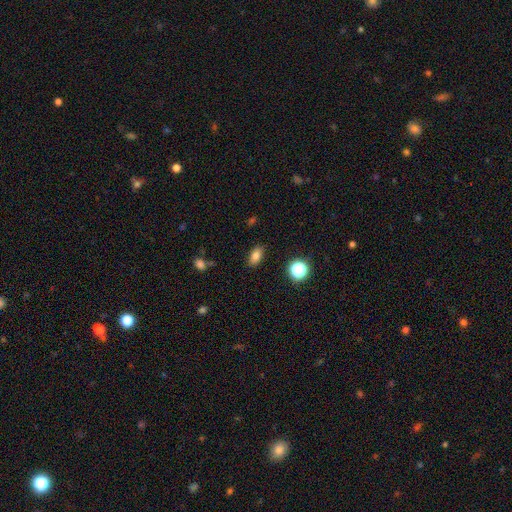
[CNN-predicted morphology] smooth_or_featured: smooth (p=0.80) [alt: star or artifact p=0.12]
how_rounded: in between (p=0.85) [alt: round p=0.11]
merging: none (p=0.86) [alt: minor disturbance p=0.10]